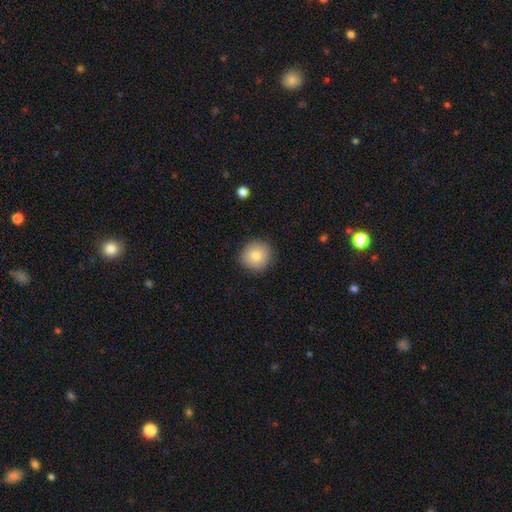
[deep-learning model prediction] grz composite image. It shows a smooth galaxy with no disk features (81%) that is round (93%). Merging: none (88%).